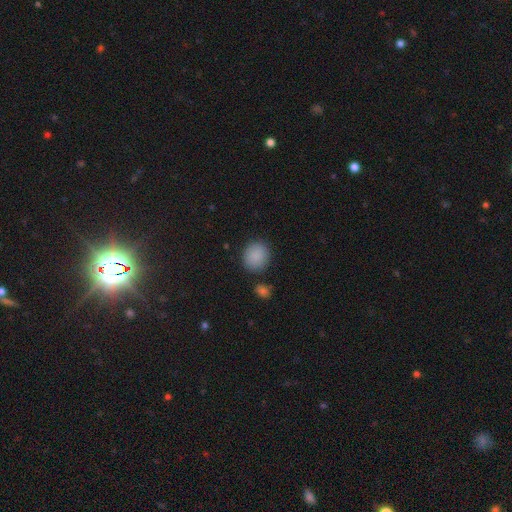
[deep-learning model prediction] smooth-or-featured: smooth: 88% | star or artifact: 8% | featured or disk: 4%
  how-rounded: round: 76% | in between: 23% | cigar-shaped: 1%
  merging: none: 83% | minor disturbance: 10% | merger: 3% | major disturbance: 3%